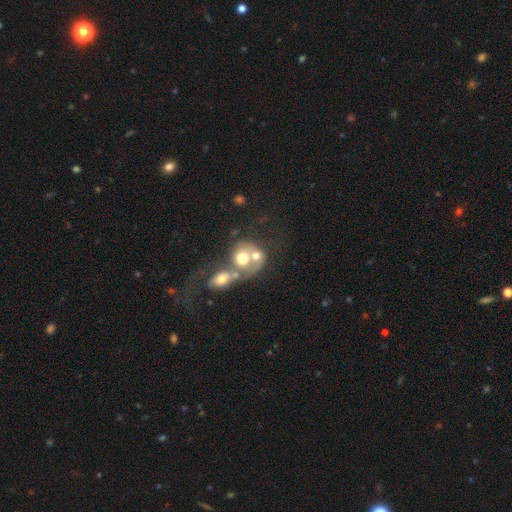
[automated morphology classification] Smooth or featured? smooth (55%)
How rounded? round (65%)
Merging? merger (69%)